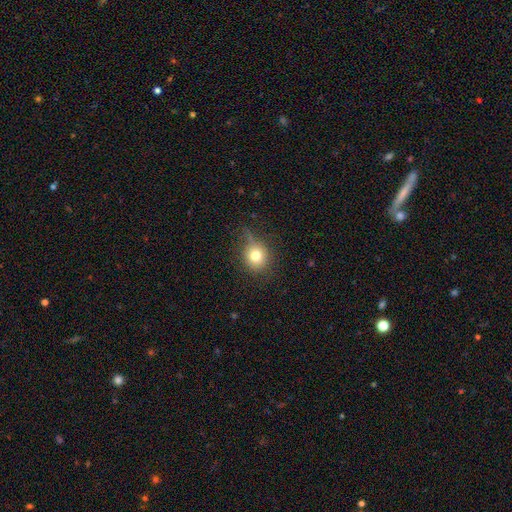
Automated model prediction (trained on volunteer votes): This appears to be a smooth galaxy with no disk features (75%) that is round (82%). Merging: none (63%).